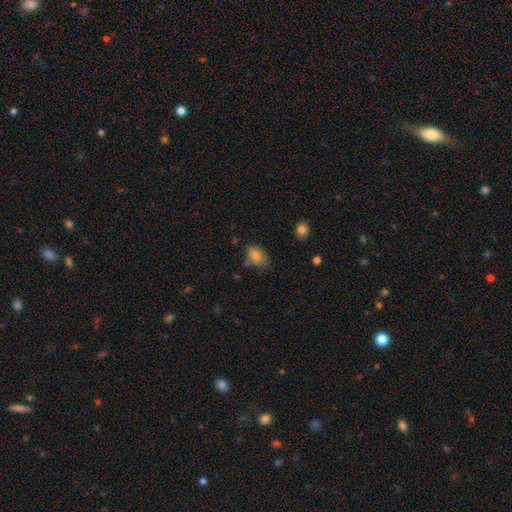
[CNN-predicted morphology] smooth_or_featured: smooth (p=0.80) [alt: featured or disk p=0.11]
how_rounded: in between (p=0.87) [alt: round p=0.11]
merging: none (p=0.64) [alt: minor disturbance p=0.23]